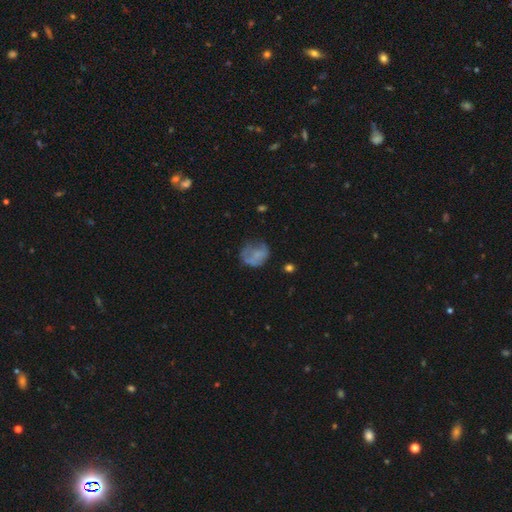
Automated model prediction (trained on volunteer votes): Smooth or featured?
  - smooth: 60% *
  - featured or disk: 28%
  - star or artifact: 12%
How rounded?
  - round: 58% *
  - in between: 40%
  - cigar-shaped: 1%
Merging?
  - none: 43% *
  - minor disturbance: 28%
  - major disturbance: 26%
  - merger: 4%